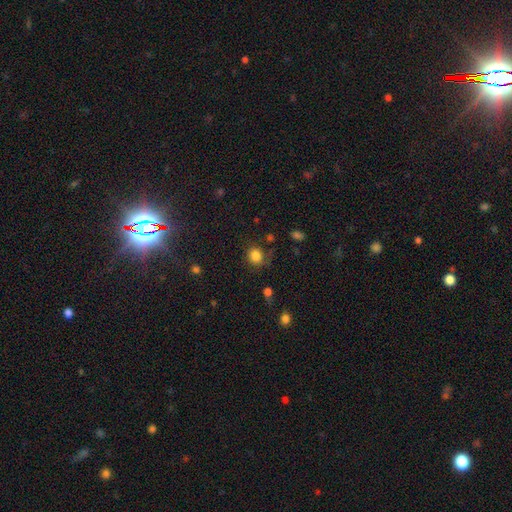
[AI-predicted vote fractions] Q: Smooth or featured?
A: smooth (83%); runner-up: star or artifact (12%)
Q: How rounded?
A: round (81%); runner-up: in between (18%)
Q: Merging?
A: none (72%); runner-up: minor disturbance (17%)